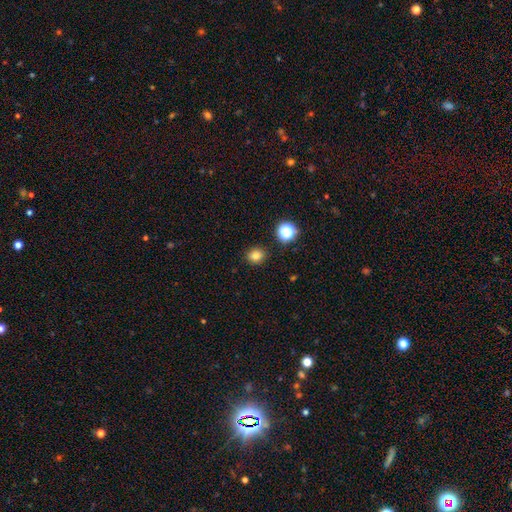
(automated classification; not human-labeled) smooth-or-featured: smooth: 80% | star or artifact: 15% | featured or disk: 6%
  how-rounded: round: 75% | in between: 24% | cigar-shaped: 1%
  merging: none: 88% | minor disturbance: 7% | major disturbance: 2% | merger: 2%